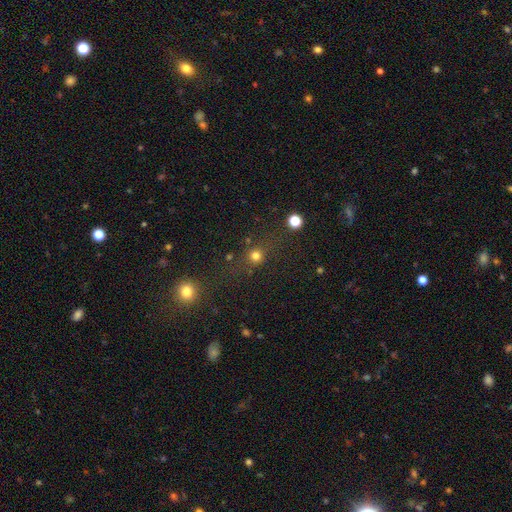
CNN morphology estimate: smooth-or-featured: smooth: 72% | star or artifact: 20% | featured or disk: 8%
  how-rounded: round: 89% | in between: 10% | cigar-shaped: 2%
  merging: none: 73% | minor disturbance: 11% | major disturbance: 8% | merger: 8%